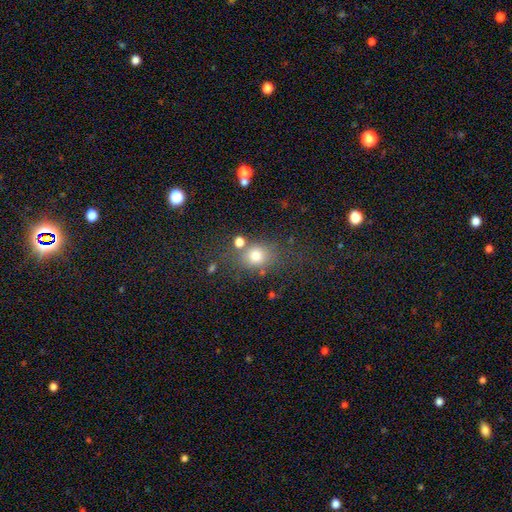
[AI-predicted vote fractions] Smooth or featured?
  - smooth: 75% *
  - star or artifact: 15%
  - featured or disk: 10%
How rounded?
  - round: 62% *
  - in between: 36%
  - cigar-shaped: 1%
Merging?
  - none: 65% *
  - minor disturbance: 14%
  - merger: 12%
  - major disturbance: 8%